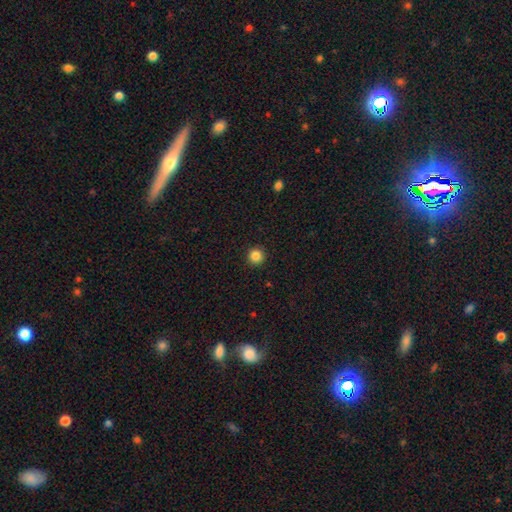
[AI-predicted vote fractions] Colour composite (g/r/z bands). It shows a smooth galaxy with no disk features (85%) that is round (96%). Merging: none (93%).